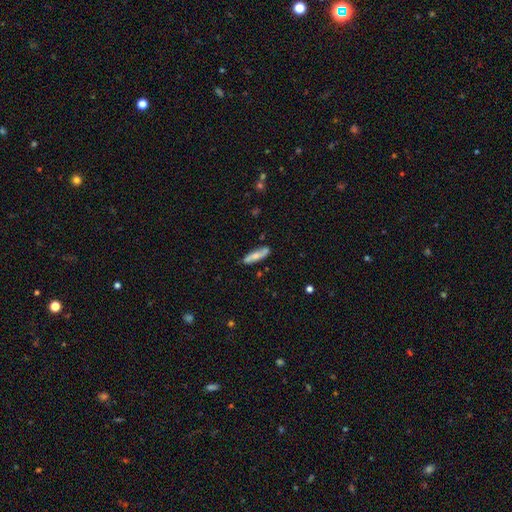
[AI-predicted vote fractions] A smooth galaxy with no disk features (60%) that is cigar-shaped (68%).

Vote fractions:
- Smooth or featured? smooth: 60% / featured or disk: 34% / star or artifact: 6%
- How rounded? cigar-shaped: 68% / in between: 29% / round: 2%
- Merging? none: 79% / minor disturbance: 16% / major disturbance: 3% / merger: 2%